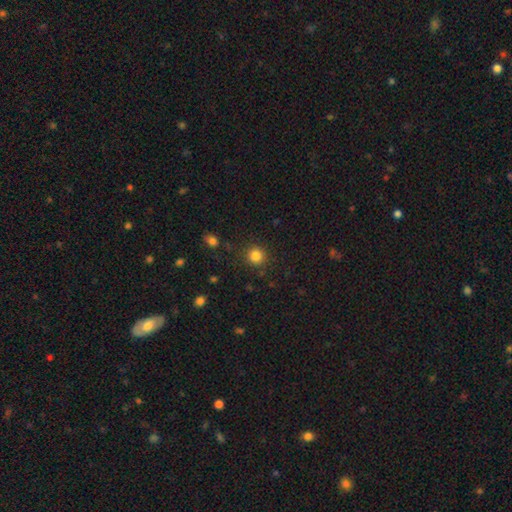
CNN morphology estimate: smooth 84%, star or artifact 12%, featured or disk 4%. Down the decision tree: how rounded — round (93%); merging — none (88%).